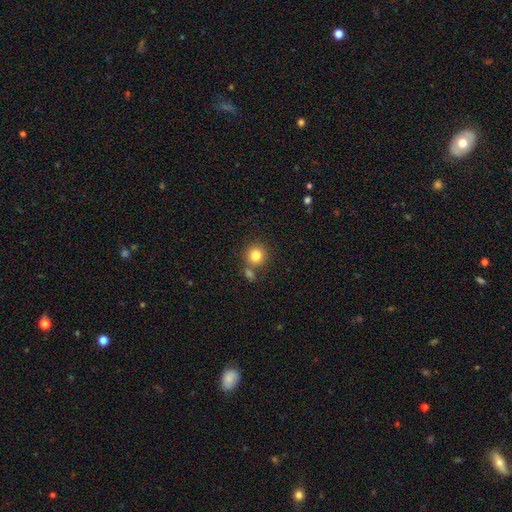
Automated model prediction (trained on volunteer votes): Q: Smooth or featured?
A: smooth (81%); runner-up: star or artifact (11%)
Q: How rounded?
A: round (92%); runner-up: in between (7%)
Q: Merging?
A: none (71%); runner-up: merger (17%)